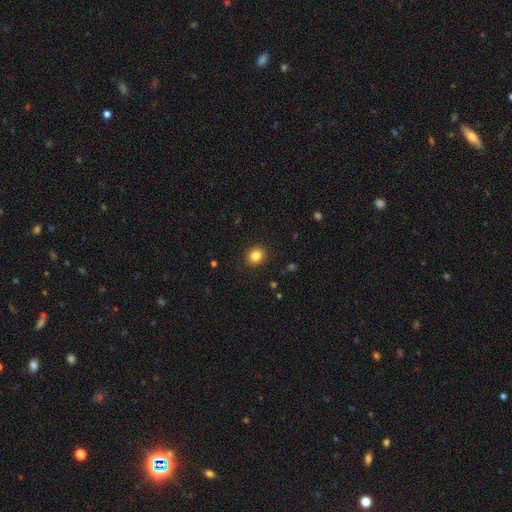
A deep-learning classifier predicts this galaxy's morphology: Smooth or featured? Predicted: smooth (p=0.84). How rounded? Predicted: round (p=0.69). Merging? Predicted: none (p=0.89).